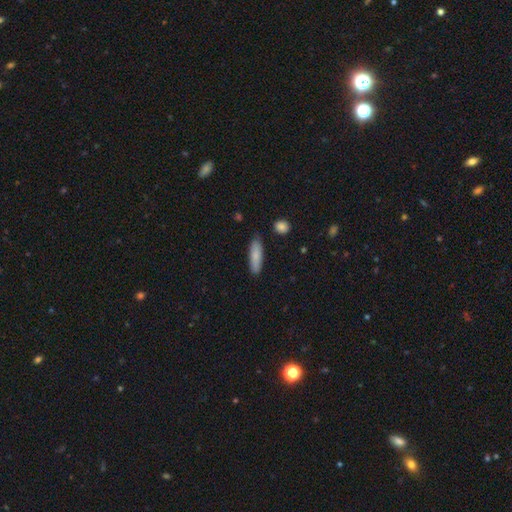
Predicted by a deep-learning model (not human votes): smooth-or-featured: smooth: 82% | featured or disk: 12% | star or artifact: 6%
  how-rounded: cigar-shaped: 61% | in between: 37% | round: 2%
  merging: none: 83% | minor disturbance: 13% | major disturbance: 2% | merger: 2%